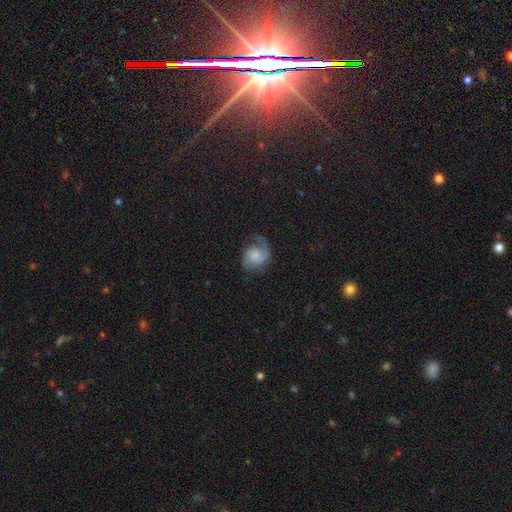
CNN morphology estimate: Smooth or featured: featured or disk — 71% (smooth — 21%)
Edge-on disk: no — 98% (yes — 2%)
Bar: no — 67% (weak — 29%)
Spiral arms: yes — 94% (no — 6%)
Spiral winding: medium — 45% (loose — 31%)
Spiral arm count: 2 — 57% (1 — 35%)
Bulge size: moderate — 29% (small — 25%)
Merging: none — 59% (minor disturbance — 21%)